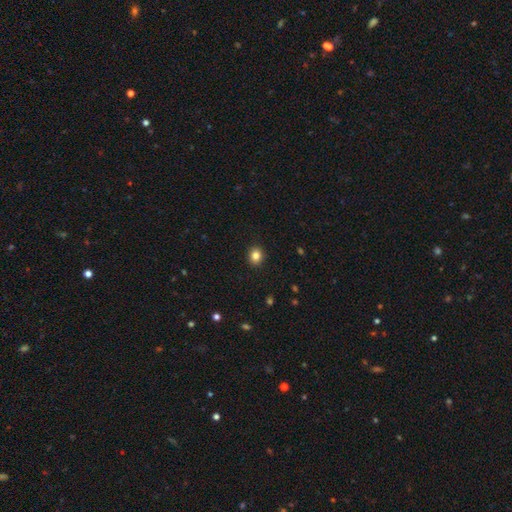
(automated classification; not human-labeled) Smooth or featured?
  - smooth: 83% *
  - star or artifact: 11%
  - featured or disk: 5%
How rounded?
  - round: 72% *
  - in between: 28%
  - cigar-shaped: 1%
Merging?
  - none: 91% *
  - minor disturbance: 6%
  - major disturbance: 2%
  - merger: 1%